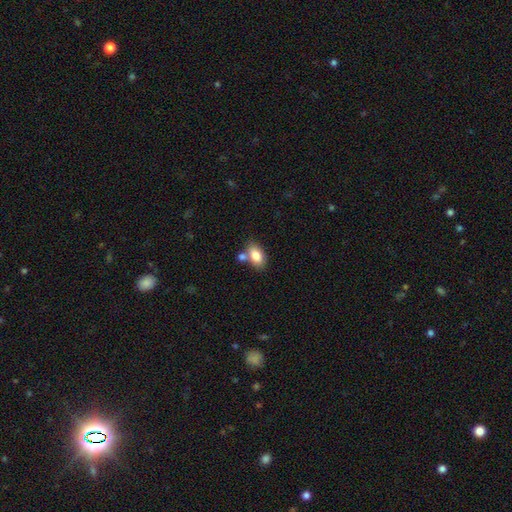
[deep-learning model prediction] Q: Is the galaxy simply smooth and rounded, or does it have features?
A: smooth — 81%.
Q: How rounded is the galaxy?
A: in between — 89%.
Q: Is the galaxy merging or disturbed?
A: none — 60%.